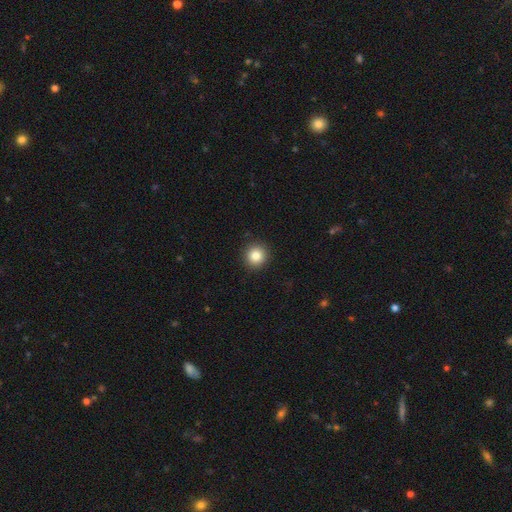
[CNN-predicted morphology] A smooth galaxy with no disk features (84%) that is round (94%).

Vote fractions:
- Smooth or featured? smooth: 84% / star or artifact: 10% / featured or disk: 6%
- How rounded? round: 94% / in between: 5% / cigar-shaped: 1%
- Merging? none: 92% / minor disturbance: 5% / major disturbance: 2% / merger: 1%